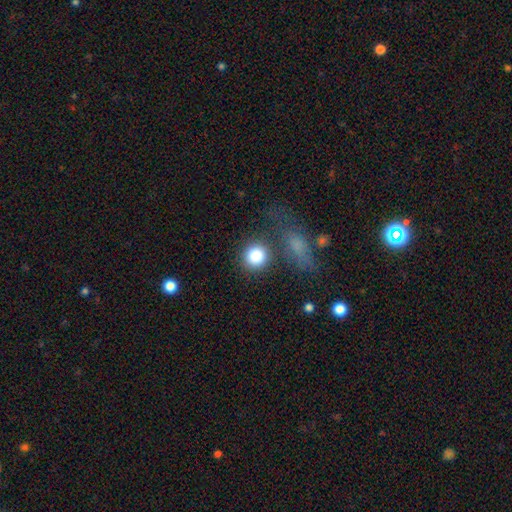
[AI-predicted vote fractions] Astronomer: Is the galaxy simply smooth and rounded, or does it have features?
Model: smooth — 84%.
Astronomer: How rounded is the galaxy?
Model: round — 87%.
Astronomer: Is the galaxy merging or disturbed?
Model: none — 71%.